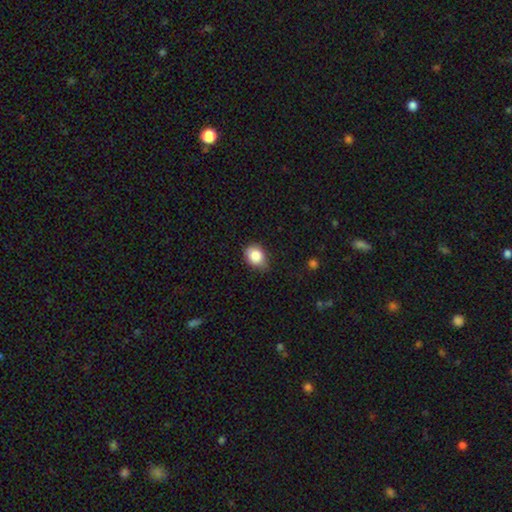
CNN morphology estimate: smooth-or-featured: smooth: 85% | star or artifact: 9% | featured or disk: 6%
  how-rounded: in between: 55% | round: 44% | cigar-shaped: 1%
  merging: none: 65% | minor disturbance: 29% | major disturbance: 4% | merger: 1%